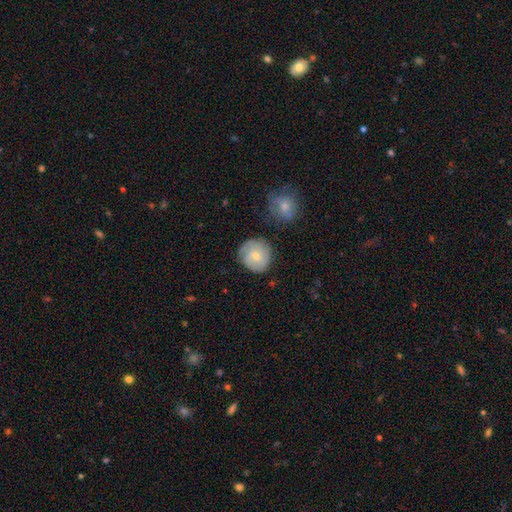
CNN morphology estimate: A featured or disk galaxy (52%) with no bar (57%), spiral arms (86%) and a small central bulge (49%).

Vote fractions:
- Smooth or featured? featured or disk: 52% / smooth: 41% / star or artifact: 7%
- Edge-on disk? no: 97% / yes: 3%
- Bar? no: 57% / weak: 37% / strong: 6%
- Spiral arms? yes: 86% / no: 14%
- Bulge size? small: 49% / moderate: 47% / none: 2% / large: 1% / dominant: 1%
- Merging? none: 73% / minor disturbance: 18% / major disturbance: 5% / merger: 4%